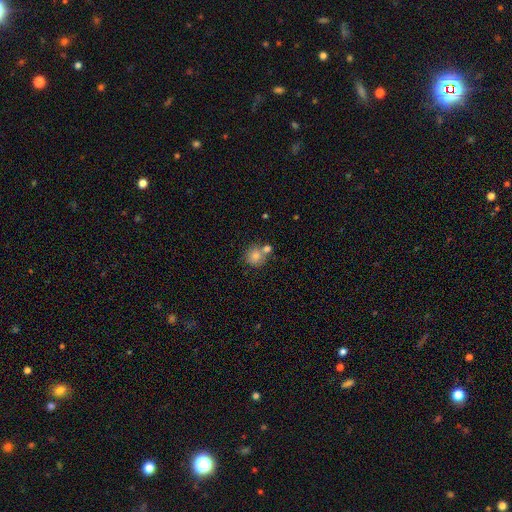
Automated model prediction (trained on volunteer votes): A smooth galaxy with no disk features (77%) that is round (89%). Merging: none (59%).